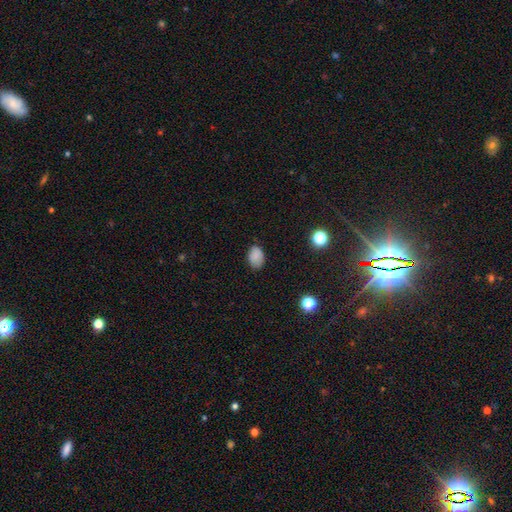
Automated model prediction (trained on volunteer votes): smooth-or-featured: smooth: 84% | star or artifact: 11% | featured or disk: 6%
  how-rounded: in between: 81% | round: 18% | cigar-shaped: 1%
  merging: none: 81% | minor disturbance: 15% | major disturbance: 3% | merger: 1%